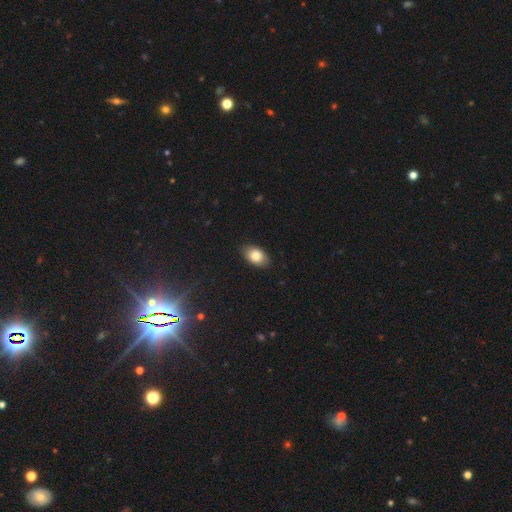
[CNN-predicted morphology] type=smooth (83%); roundness=in between (89%); merging=none (86%).